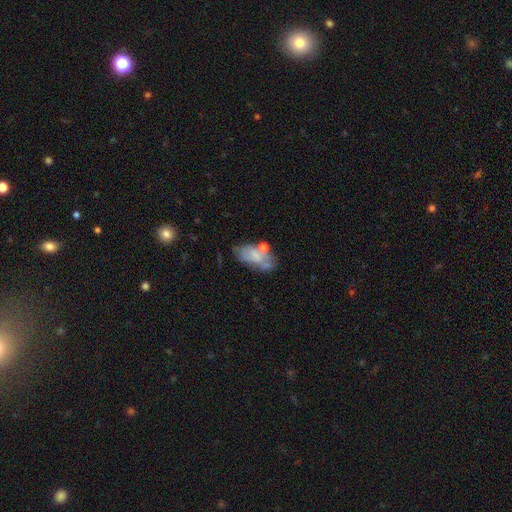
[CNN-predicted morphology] smooth 55%, featured or disk 36%, star or artifact 9%. Down the decision tree: how rounded — in between (91%); merging — none (37%).